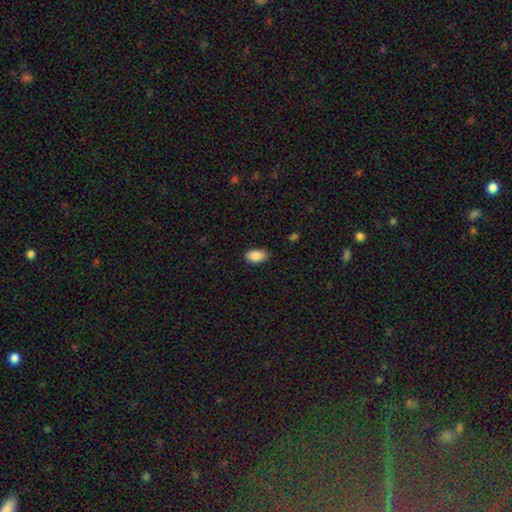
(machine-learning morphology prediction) Smooth or featured? Predicted: smooth (p=0.88). How rounded? Predicted: in between (p=0.93). Merging? Predicted: none (p=0.83).